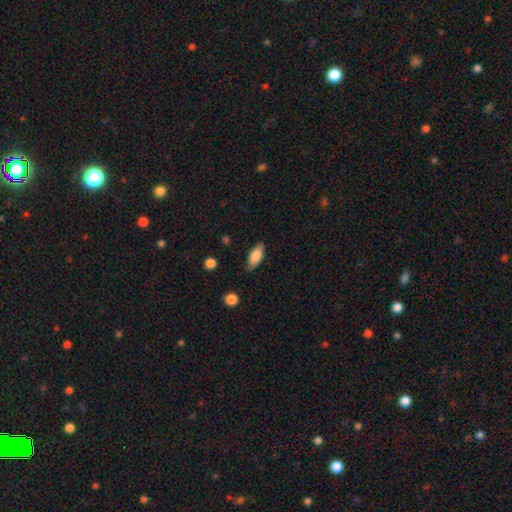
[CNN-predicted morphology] Smooth or featured: smooth — 82% (featured or disk — 11%)
How rounded: in between — 81% (cigar-shaped — 16%)
Merging: none — 81% (minor disturbance — 15%)